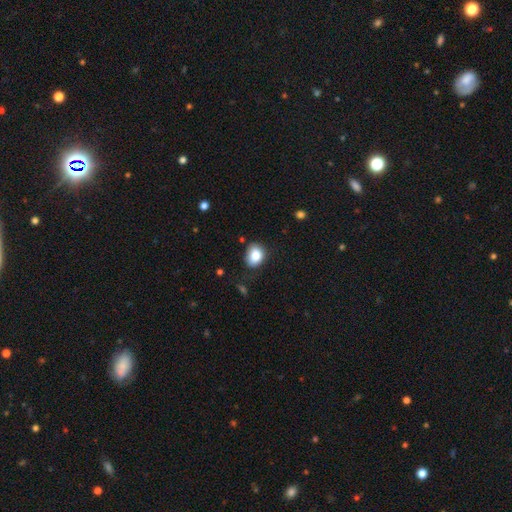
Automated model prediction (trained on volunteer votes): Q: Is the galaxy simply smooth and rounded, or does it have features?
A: smooth — 84%.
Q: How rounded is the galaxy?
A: in between — 55%.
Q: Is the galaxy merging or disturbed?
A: none — 71%.